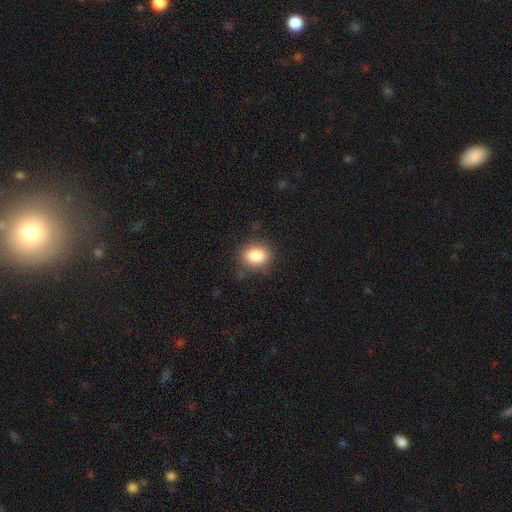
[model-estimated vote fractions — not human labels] This is clearly a smooth galaxy (85%). How rounded: possibly round (51%). Merging: likely none (78%).